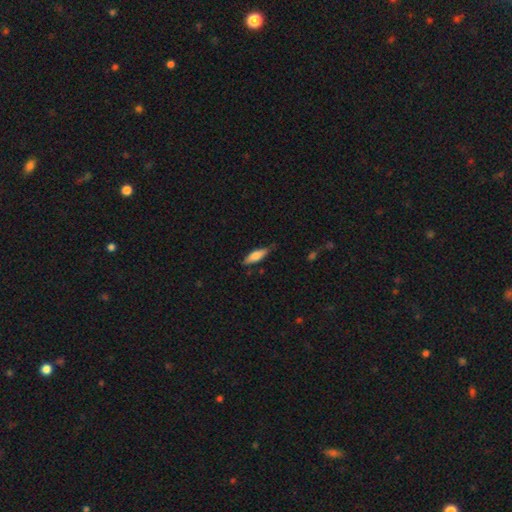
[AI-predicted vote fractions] Smooth or featured?
  - smooth: 70% *
  - featured or disk: 24%
  - star or artifact: 6%
How rounded?
  - cigar-shaped: 57% *
  - in between: 41%
  - round: 2%
Merging?
  - none: 77% *
  - minor disturbance: 18%
  - major disturbance: 3%
  - merger: 2%